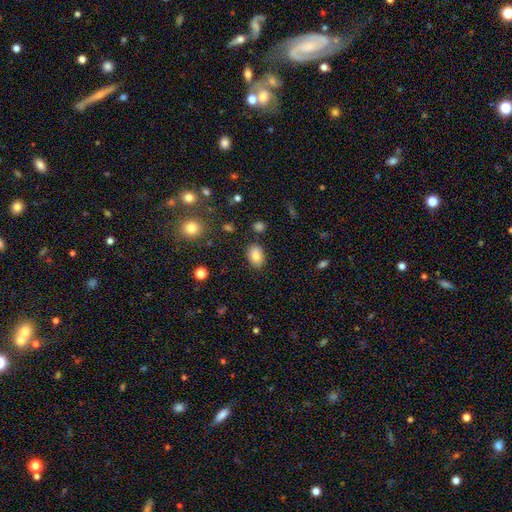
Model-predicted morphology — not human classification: Q: Smooth or featured?
A: smooth (83%); runner-up: star or artifact (9%)
Q: How rounded?
A: in between (82%); runner-up: round (17%)
Q: Merging?
A: none (83%); runner-up: minor disturbance (12%)